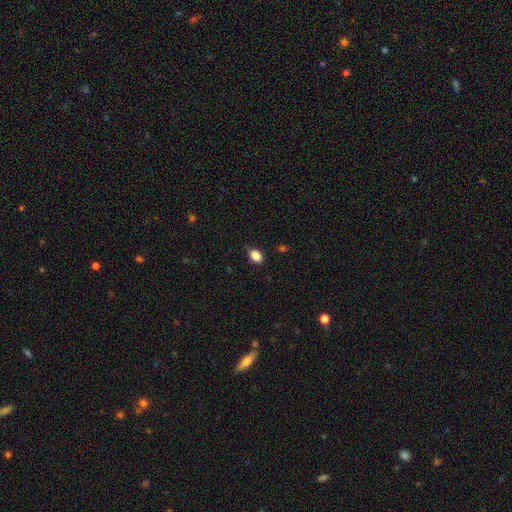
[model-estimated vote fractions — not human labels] smooth_or_featured: smooth (p=0.86) [alt: star or artifact p=0.10]
how_rounded: in between (p=0.73) [alt: round p=0.25]
merging: none (p=0.80) [alt: minor disturbance p=0.16]